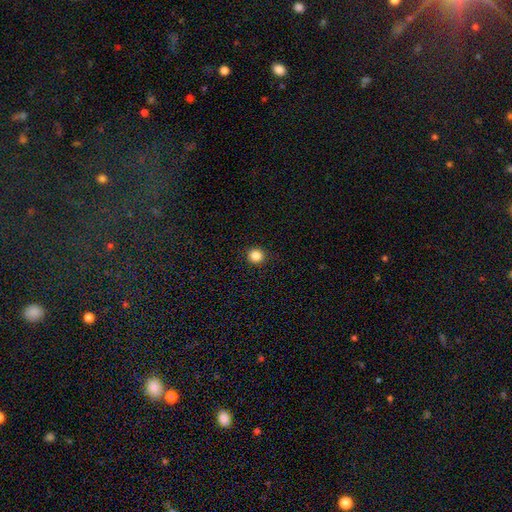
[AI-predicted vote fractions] A smooth galaxy with no disk features (85%) that is round (90%).

Vote fractions:
- Smooth or featured? smooth: 85% / star or artifact: 11% / featured or disk: 4%
- How rounded? round: 90% / in between: 9% / cigar-shaped: 1%
- Merging? none: 92% / minor disturbance: 5% / major disturbance: 2% / merger: 1%